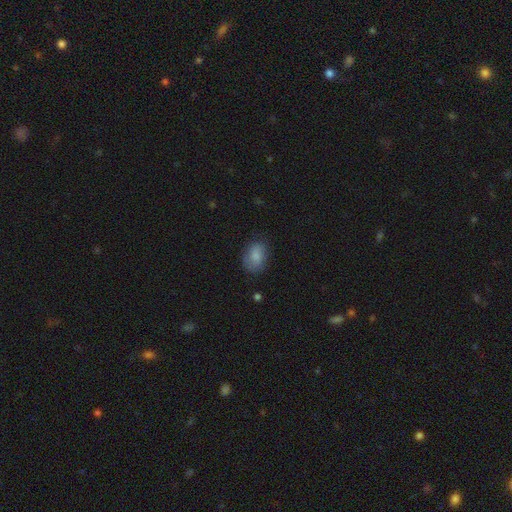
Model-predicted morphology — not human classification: Overall: smooth (83%). How rounded: in between (78%). Merging: none (71%).